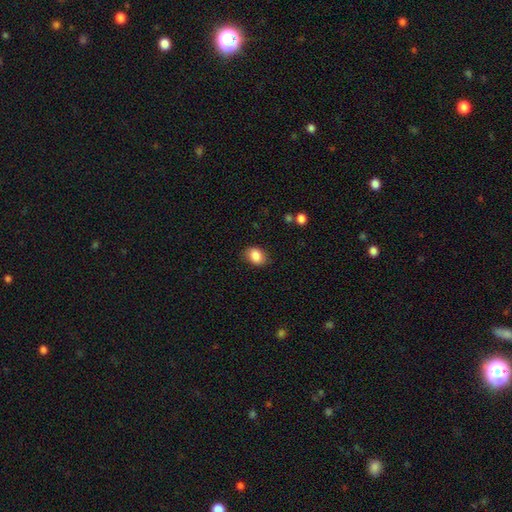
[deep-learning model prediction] Smooth or featured?
  - smooth: 86% *
  - star or artifact: 8%
  - featured or disk: 6%
How rounded?
  - in between: 68% *
  - round: 31%
  - cigar-shaped: 1%
Merging?
  - none: 82% *
  - minor disturbance: 14%
  - major disturbance: 3%
  - merger: 1%